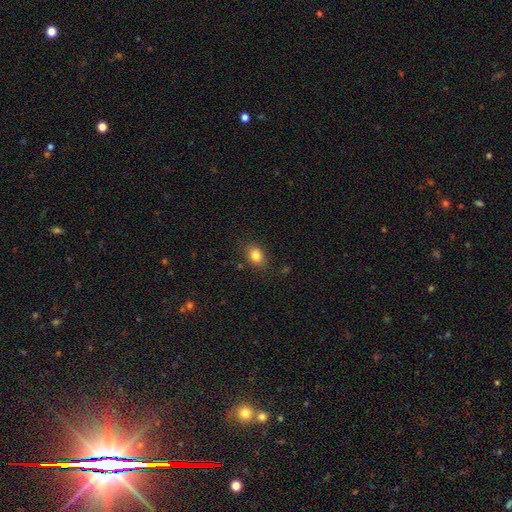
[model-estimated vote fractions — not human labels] Smooth or featured? smooth (83%)
How rounded? in between (67%)
Merging? none (83%)